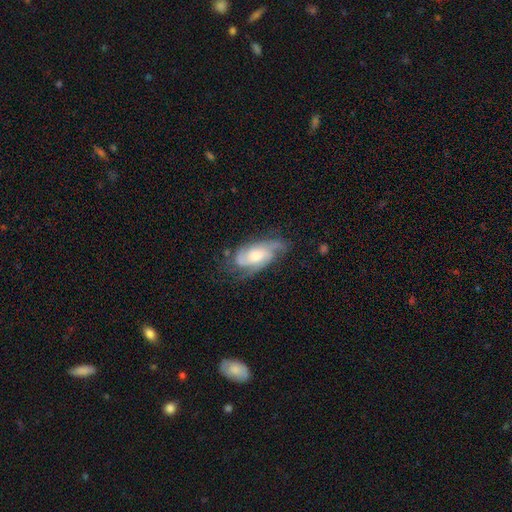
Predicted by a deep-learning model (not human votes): Smooth or featured: featured or disk — 81% (smooth — 14%)
Edge-on disk: no — 95% (yes — 5%)
Bar: no — 66% (weak — 27%)
Spiral arms: yes — 95% (no — 5%)
Spiral winding: medium — 44% (tight — 42%)
Spiral arm count: 2 — 37% (3 — 35%)
Bulge size: moderate — 59% (small — 33%)
Merging: none — 64% (minor disturbance — 24%)